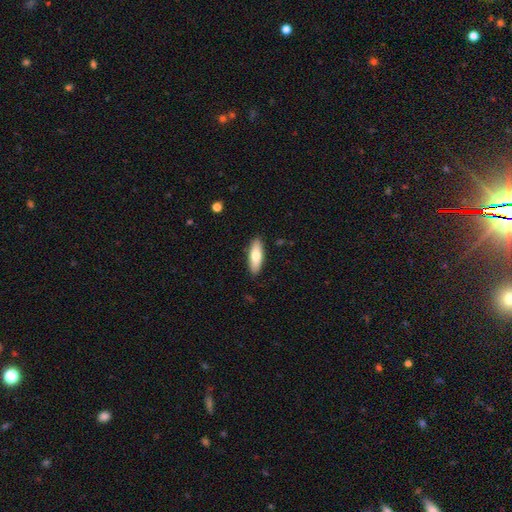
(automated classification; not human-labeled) smooth 73%, featured or disk 21%, star or artifact 6%. Down the decision tree: how rounded — in between (62%); merging — none (89%).